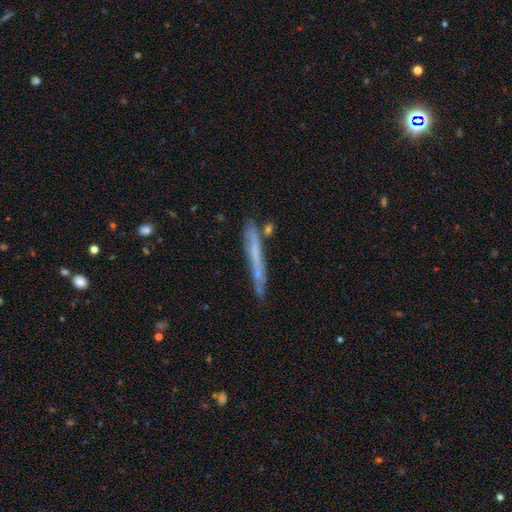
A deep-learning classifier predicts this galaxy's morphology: type=smooth (47%); merging=none (77%).